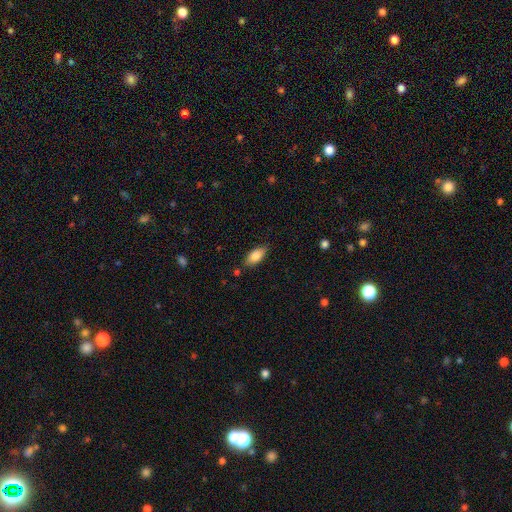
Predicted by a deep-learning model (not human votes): Smooth or featured? smooth (84%)
How rounded? in between (90%)
Merging? none (81%)